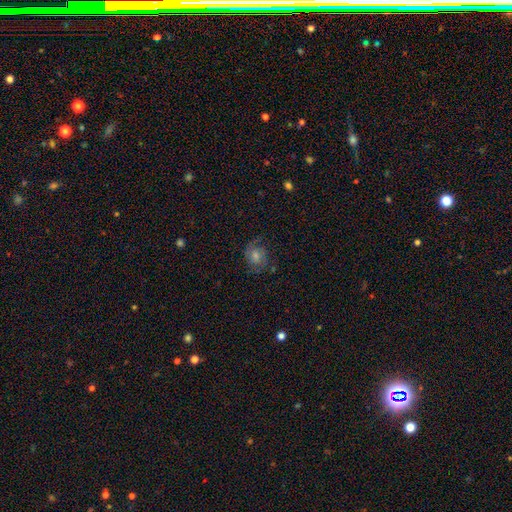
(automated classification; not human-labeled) Smooth or featured?
  - featured or disk: 58% *
  - smooth: 27%
  - star or artifact: 15%
Edge-on disk?
  - no: 97% *
  - yes: 3%
Bar?
  - no: 67% *
  - weak: 28%
  - strong: 5%
Spiral arms?
  - yes: 89% *
  - no: 11%
Spiral winding?
  - medium: 43% *
  - tight: 42%
  - loose: 15%
Spiral arm count?
  - 2: 63% *
  - can't tell: 19%
  - 1: 8%
  - 3: 6%
  - 4: 2%
  - more than 4: 2%
Bulge size?
  - moderate: 52% *
  - small: 29%
  - large: 12%
  - none: 5%
  - dominant: 2%
Merging?
  - none: 74% *
  - minor disturbance: 16%
  - major disturbance: 9%
  - merger: 1%